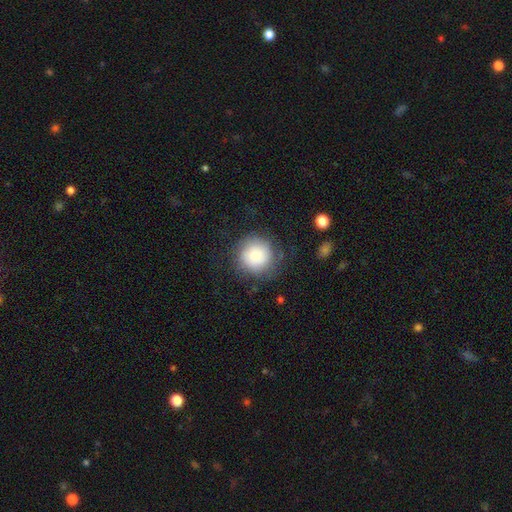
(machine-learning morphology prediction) Q: Smooth or featured?
A: smooth (80%); runner-up: featured or disk (12%)
Q: How rounded?
A: round (93%); runner-up: in between (6%)
Q: Merging?
A: none (75%); runner-up: minor disturbance (15%)